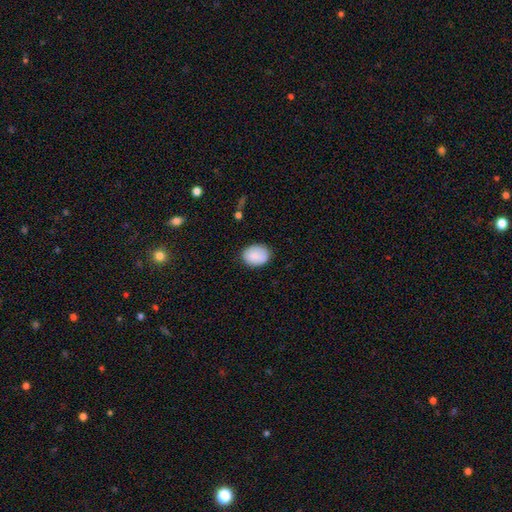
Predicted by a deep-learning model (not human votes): Smooth or featured: smooth — 87% (star or artifact — 7%)
How rounded: in between — 69% (round — 30%)
Merging: none — 84% (minor disturbance — 13%)